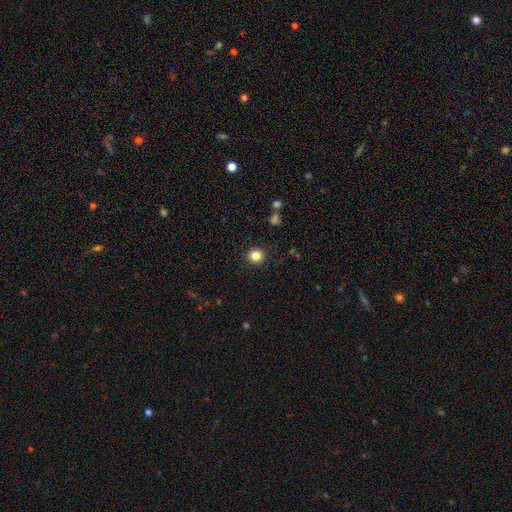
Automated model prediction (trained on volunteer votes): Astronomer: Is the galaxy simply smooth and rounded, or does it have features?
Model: smooth — 83%.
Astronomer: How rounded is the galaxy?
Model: round — 93%.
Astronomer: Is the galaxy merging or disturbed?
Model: none — 92%.